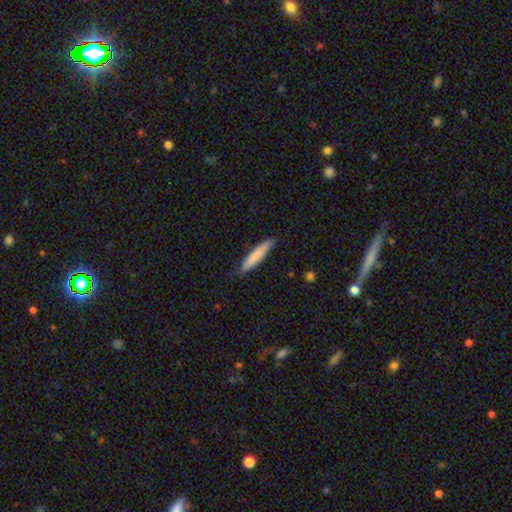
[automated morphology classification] smooth 80%, featured or disk 15%, star or artifact 5%. Down the decision tree: how rounded — cigar-shaped (91%); merging — none (84%).